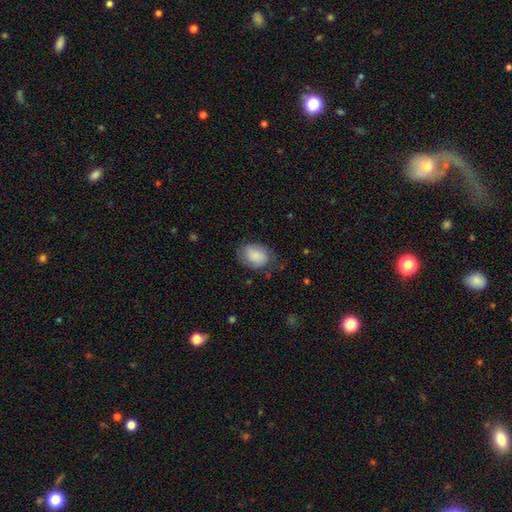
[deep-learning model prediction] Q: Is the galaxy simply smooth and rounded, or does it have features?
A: smooth — 77%.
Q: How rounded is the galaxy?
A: in between — 68%.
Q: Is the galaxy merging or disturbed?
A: none — 64%.